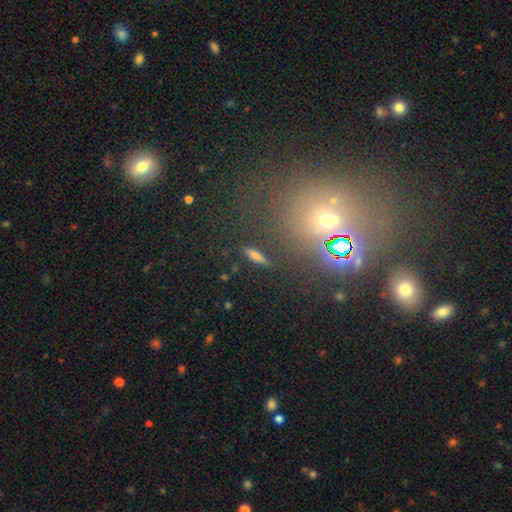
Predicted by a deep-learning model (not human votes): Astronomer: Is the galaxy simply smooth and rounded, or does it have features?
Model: star or artifact — 46% (runner-up: smooth, 37%).